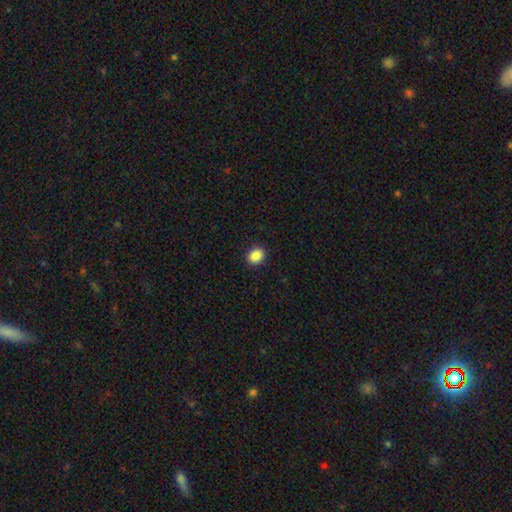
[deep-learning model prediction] smooth 88%, star or artifact 9%, featured or disk 3%. Down the decision tree: how rounded — in between (55%); merging — none (91%).